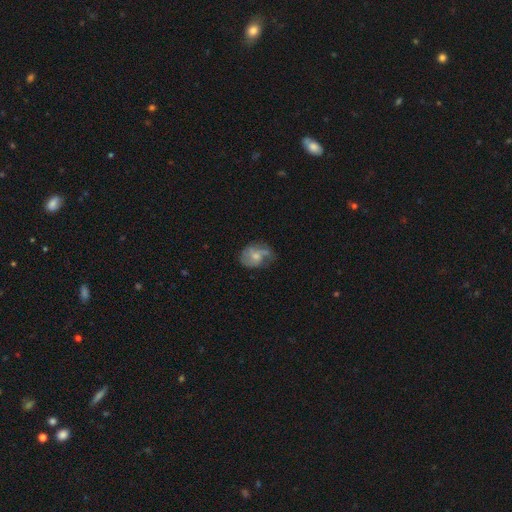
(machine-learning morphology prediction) Smooth or featured: featured or disk — 53% (smooth — 39%)
Edge-on disk: no — 97% (yes — 3%)
Bar: no — 68% (weak — 28%)
Spiral arms: yes — 72% (no — 28%)
Bulge size: small — 44% (moderate — 43%)
Merging: none — 49% (minor disturbance — 29%)